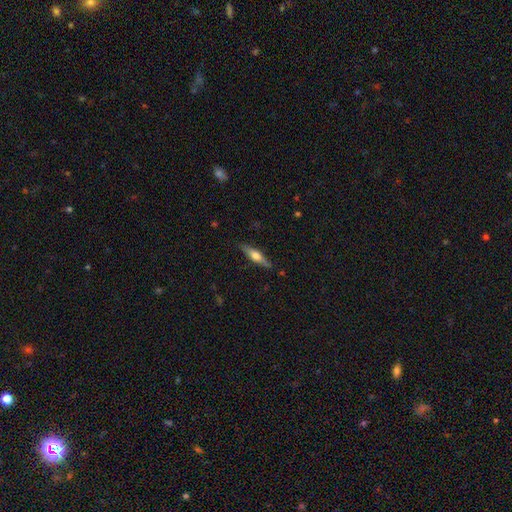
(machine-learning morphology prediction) Smooth or featured? featured or disk (56%)
Edge-on disk? yes (95%)
Edge-on bulge? rounded (91%)
Merging? none (87%)